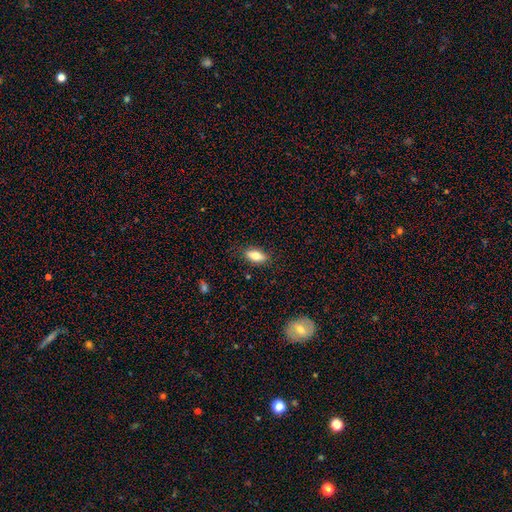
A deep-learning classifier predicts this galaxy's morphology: This appears to be a smooth galaxy with no disk features (74%) that is in between round and cigar-shaped (82%). Merging: none (84%).